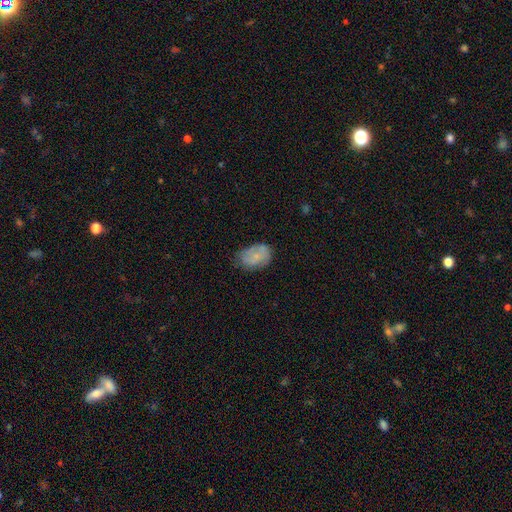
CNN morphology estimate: The model was most divided on "merging": none: 56%, minor disturbance: 31%, major disturbance: 9%, merger: 3%. More confident: how rounded — in between (84%); smooth or featured — smooth (61%).